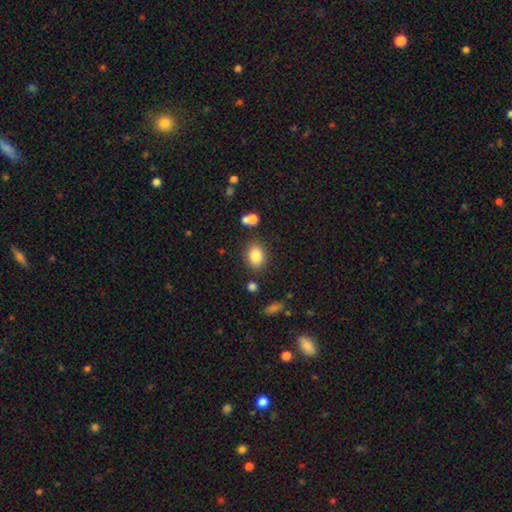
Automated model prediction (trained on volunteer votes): Smooth or featured?
  - smooth: 85% *
  - star or artifact: 9%
  - featured or disk: 6%
How rounded?
  - in between: 67% *
  - round: 32%
  - cigar-shaped: 1%
Merging?
  - none: 79% *
  - minor disturbance: 12%
  - merger: 5%
  - major disturbance: 4%